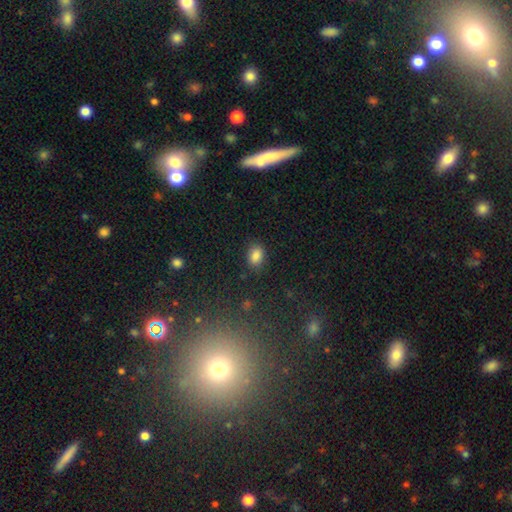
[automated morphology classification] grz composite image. It shows a smooth galaxy with no disk features (85%) that is in between round and cigar-shaped (74%). Merging: none (82%).